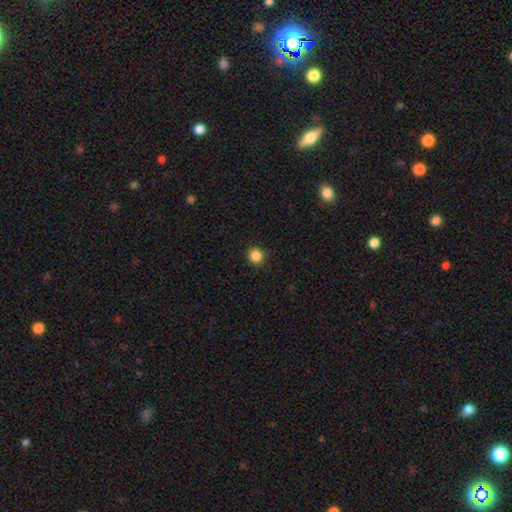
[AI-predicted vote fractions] Overall: smooth (86%). How rounded: round (92%). Merging: none (91%).